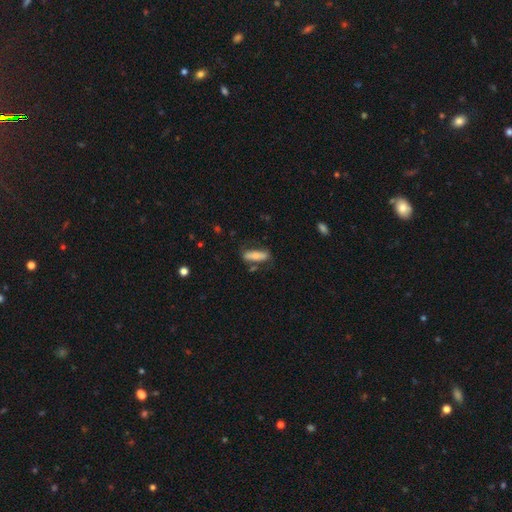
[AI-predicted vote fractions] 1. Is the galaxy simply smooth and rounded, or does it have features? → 69% smooth, 24% featured or disk, 7% star or artifact.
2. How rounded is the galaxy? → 50% cigar-shaped, 48% in between, 2% round.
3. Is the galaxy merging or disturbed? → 67% none, 20% minor disturbance, 7% merger, 7% major disturbance.